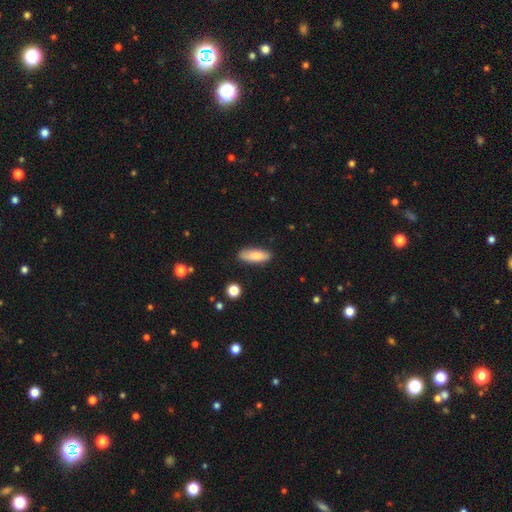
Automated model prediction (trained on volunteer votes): Smooth or featured? smooth (82%)
How rounded? in between (63%)
Merging? none (83%)